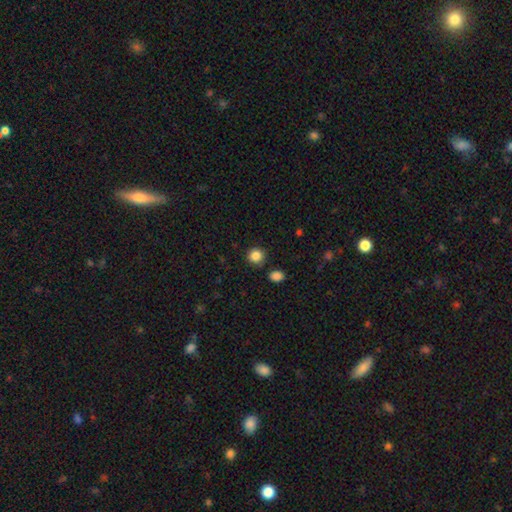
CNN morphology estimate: This appears to be a smooth galaxy with no disk features (87%) that is round (89%). Merging: none (86%).